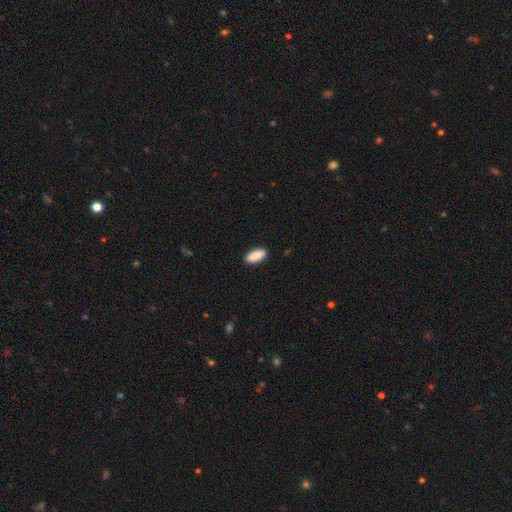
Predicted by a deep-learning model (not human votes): This is clearly a smooth galaxy (91%). How rounded: clearly in between (83%). Merging: clearly none (90%).